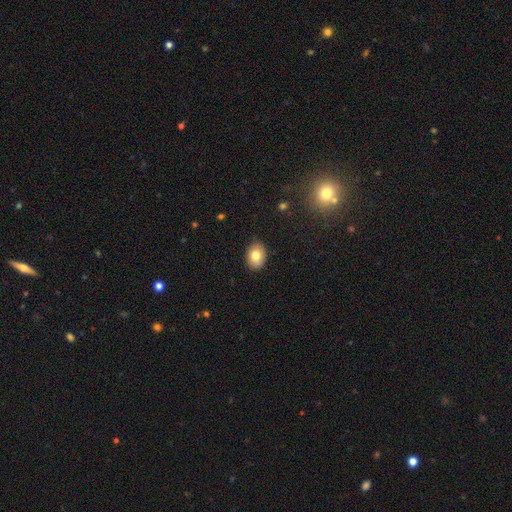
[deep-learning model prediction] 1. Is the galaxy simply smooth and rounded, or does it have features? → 79% smooth, 12% featured or disk, 9% star or artifact.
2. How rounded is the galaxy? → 71% in between, 28% round, 1% cigar-shaped.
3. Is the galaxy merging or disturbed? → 88% none, 9% minor disturbance, 2% major disturbance, 1% merger.